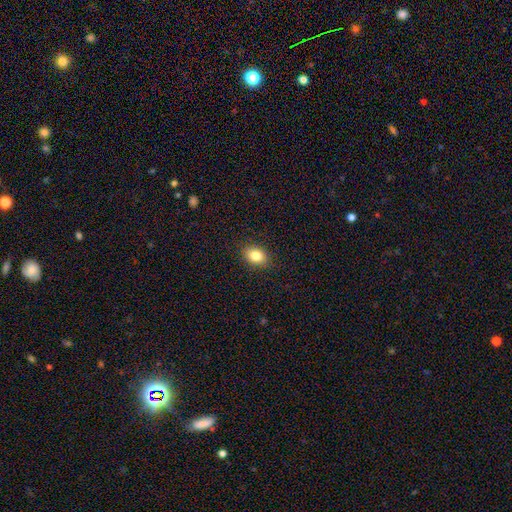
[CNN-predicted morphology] This appears to be a smooth galaxy with no disk features (83%) that is in between round and cigar-shaped (73%). Merging: none (89%).